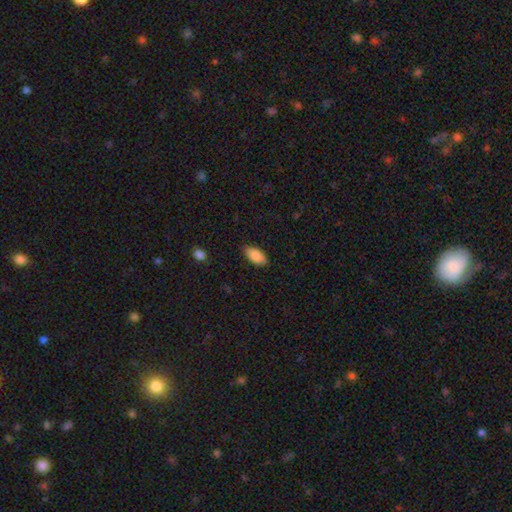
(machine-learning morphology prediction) This appears to be a smooth galaxy with no disk features (86%) that is in between round and cigar-shaped (92%). Merging: none (86%).